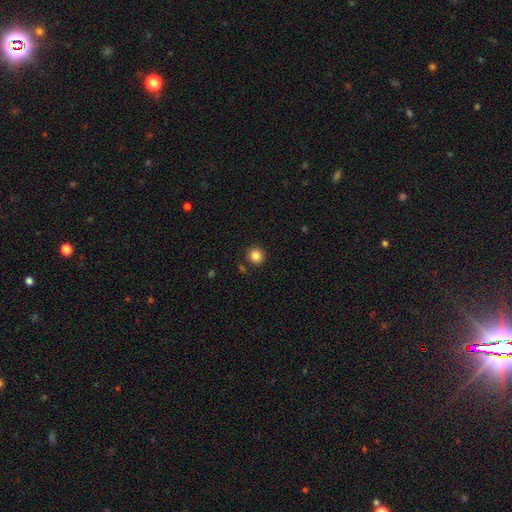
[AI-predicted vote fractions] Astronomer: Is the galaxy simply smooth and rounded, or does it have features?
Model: smooth — 85%.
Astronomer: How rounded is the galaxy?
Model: round — 93%.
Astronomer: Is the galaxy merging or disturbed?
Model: none — 89%.